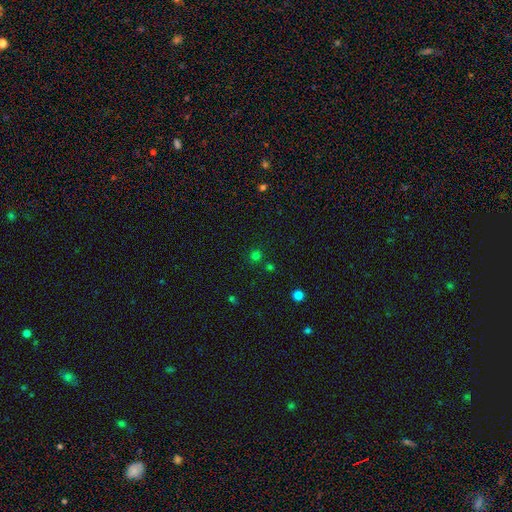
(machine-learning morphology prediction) The model was most divided on "smooth or featured": smooth: 67%, star or artifact: 28%, featured or disk: 5%. More confident: how rounded — round (92%); merging — none (81%).